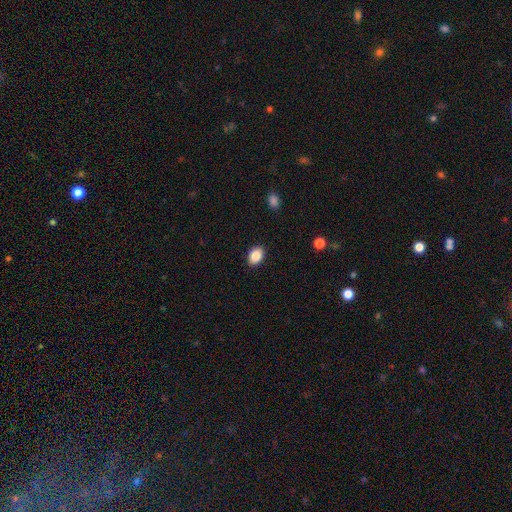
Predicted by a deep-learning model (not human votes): Morphology: type=smooth (88%); roundness=in between (76%); merging=none (89%).